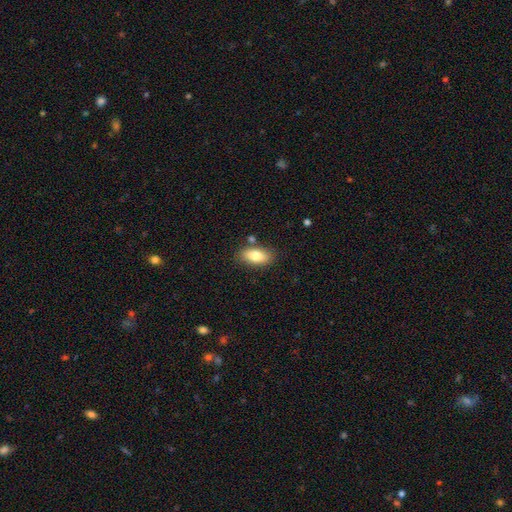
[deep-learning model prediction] Smooth or featured? smooth (80%)
How rounded? in between (89%)
Merging? none (79%)